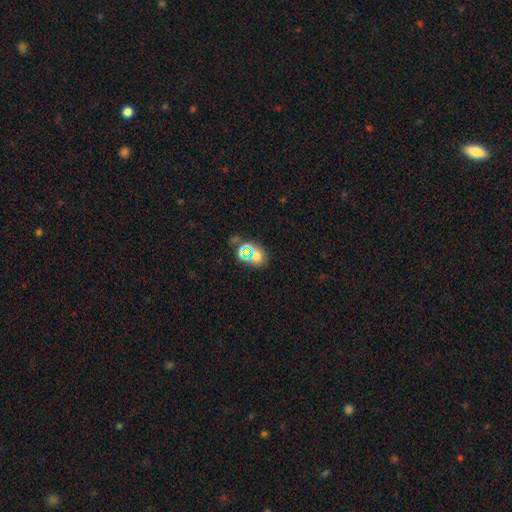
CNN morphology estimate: Smooth or featured?
  - smooth: 52% *
  - star or artifact: 37%
  - featured or disk: 11%
How rounded?
  - round: 53% *
  - in between: 45%
  - cigar-shaped: 2%
Merging?
  - none: 66% *
  - merger: 14%
  - minor disturbance: 13%
  - major disturbance: 7%